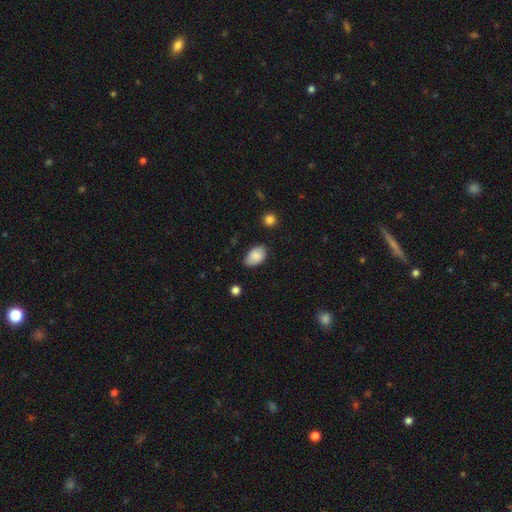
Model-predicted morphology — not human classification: This appears to be a smooth galaxy with no disk features (86%) that is in between round and cigar-shaped (92%). Merging: none (79%).